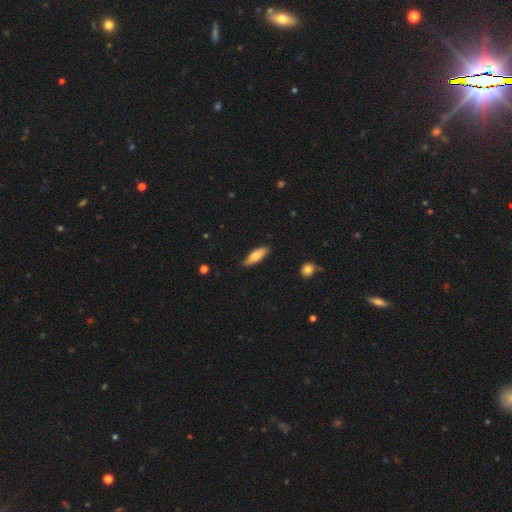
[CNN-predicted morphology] type=smooth (76%); roundness=in between (59%); merging=none (85%).